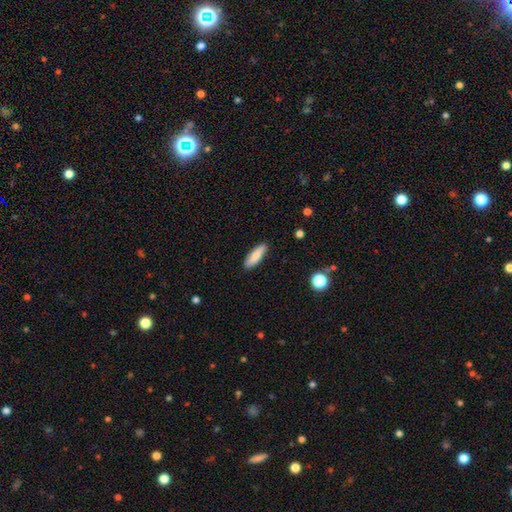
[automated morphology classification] Overall: smooth (80%). How rounded: cigar-shaped (55%; in between 43%). Merging: none (89%).